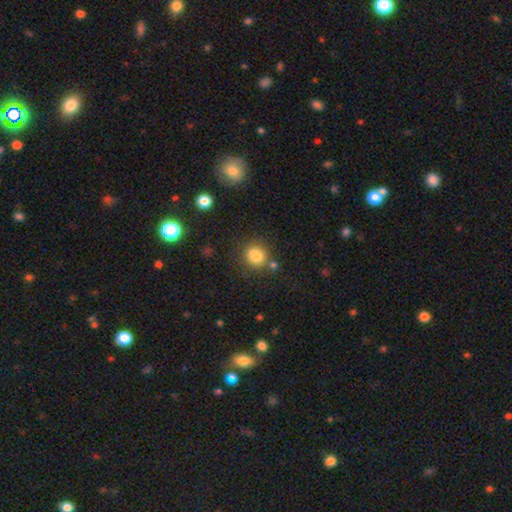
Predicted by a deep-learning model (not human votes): Morphology: type=smooth (80%); roundness=round (67%); merging=none (66%).